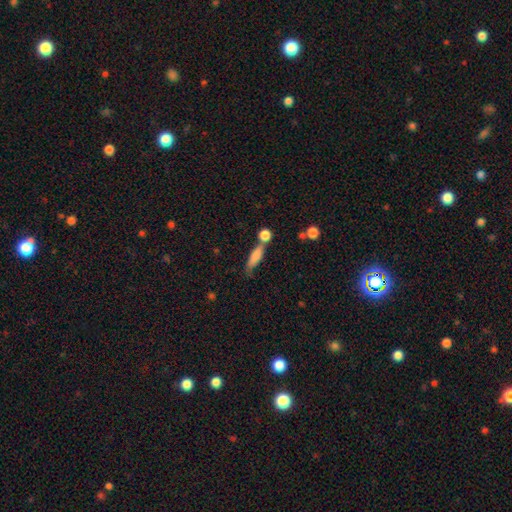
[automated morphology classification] Q: Smooth or featured?
A: smooth (75%); runner-up: featured or disk (18%)
Q: How rounded?
A: cigar-shaped (59%); runner-up: in between (36%)
Q: Merging?
A: none (44%); runner-up: merger (34%)